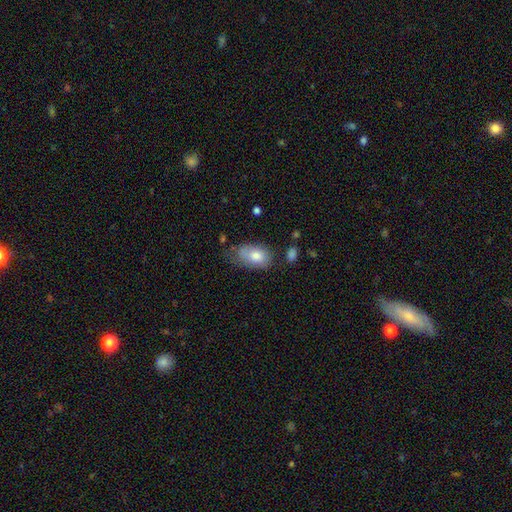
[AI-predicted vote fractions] A smooth galaxy with no disk features (77%) that is in between round and cigar-shaped (89%).

Vote fractions:
- Smooth or featured? smooth: 77% / featured or disk: 16% / star or artifact: 7%
- How rounded? in between: 89% / round: 9% / cigar-shaped: 2%
- Merging? none: 46% / minor disturbance: 35% / major disturbance: 13% / merger: 6%